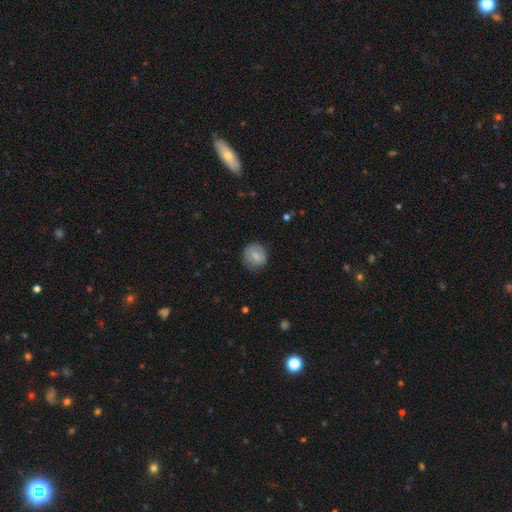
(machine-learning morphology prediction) This appears to be a smooth galaxy with no disk features (74%) that is round (82%). Merging: none (81%).